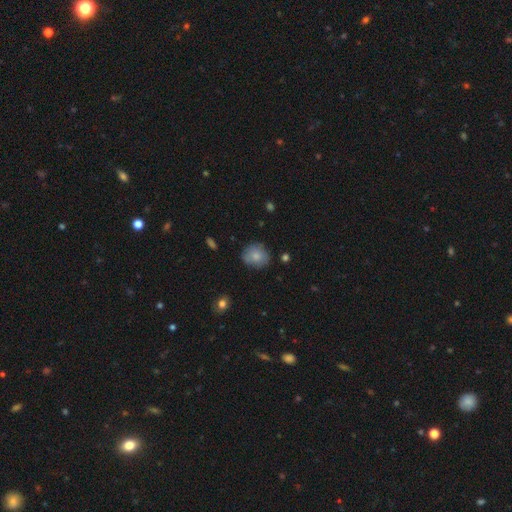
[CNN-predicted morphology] The model was most divided on "how rounded": round: 77%, in between: 22%, cigar-shaped: 1%. More confident: smooth or featured — smooth (80%); merging — none (77%).